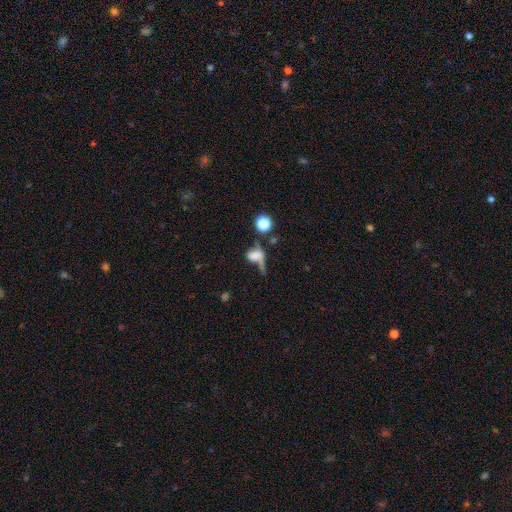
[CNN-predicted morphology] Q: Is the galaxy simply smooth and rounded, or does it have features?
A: smooth — 57%.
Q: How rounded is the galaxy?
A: in between — 63%.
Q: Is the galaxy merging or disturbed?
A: major disturbance — 36%.